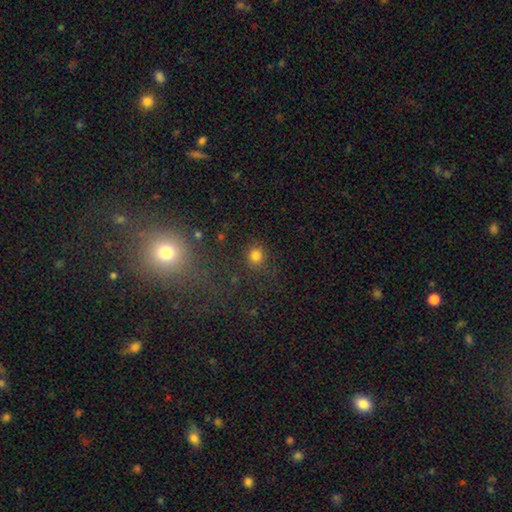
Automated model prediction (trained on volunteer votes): Smooth or featured? Predicted: smooth (p=0.78). How rounded? Predicted: round (p=0.87). Merging? Predicted: none (p=0.79).